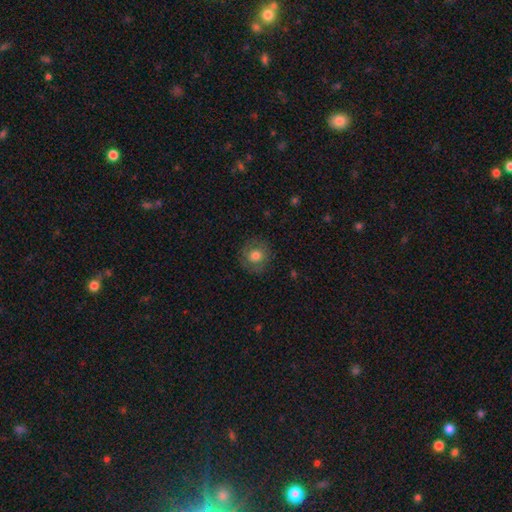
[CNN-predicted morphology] The model was most divided on "smooth or featured": smooth: 73%, featured or disk: 17%, star or artifact: 10%. More confident: how rounded — round (89%); merging — none (85%).